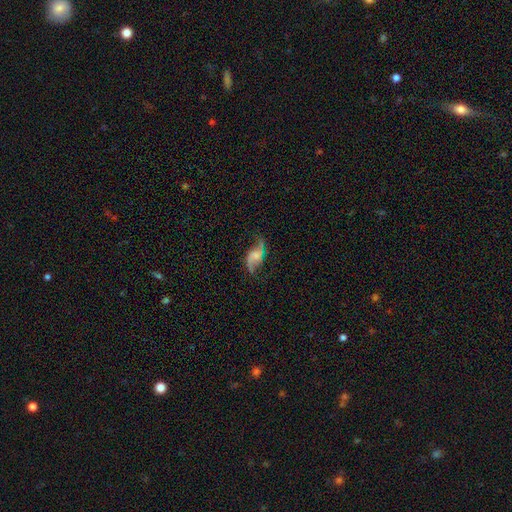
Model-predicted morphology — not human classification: The model was most divided on "bulge size": none: 34%, small: 33%, moderate: 24%, large: 7%, dominant: 2%. More confident: edge-on disk — no (96%); spiral arms — yes (94%); spiral arm count — 2 (91%); spiral winding — loose (81%); smooth or featured — featured or disk (80%); merging — none (67%); bar — no (52%).